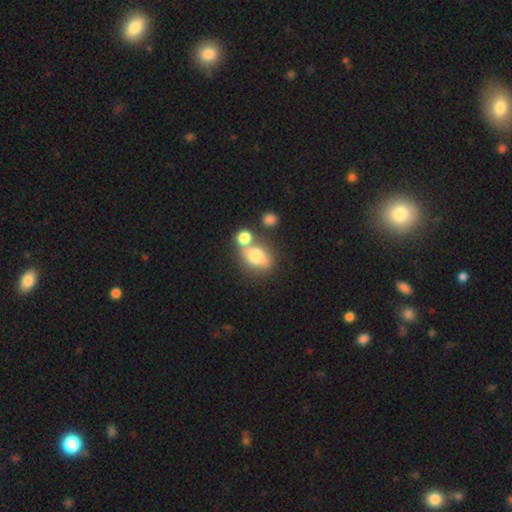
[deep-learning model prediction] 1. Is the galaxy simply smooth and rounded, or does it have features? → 73% smooth, 17% featured or disk, 11% star or artifact.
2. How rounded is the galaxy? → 61% in between, 36% round, 2% cigar-shaped.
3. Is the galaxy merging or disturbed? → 42% none, 37% merger, 14% minor disturbance, 7% major disturbance.